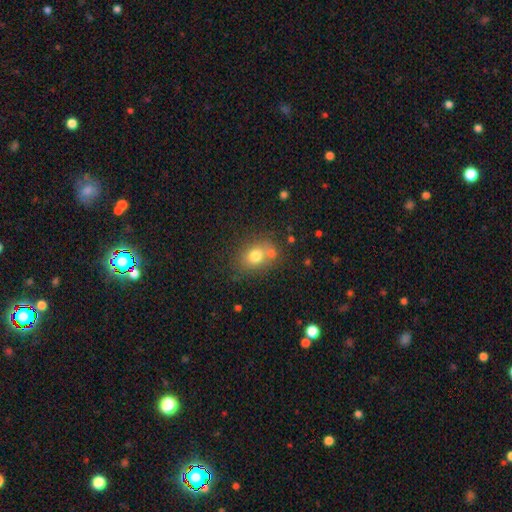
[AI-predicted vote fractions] smooth-or-featured: smooth: 75% | featured or disk: 13% | star or artifact: 12%
  how-rounded: round: 52% | in between: 47% | cigar-shaped: 1%
  merging: none: 54% | merger: 26% | minor disturbance: 15% | major disturbance: 5%